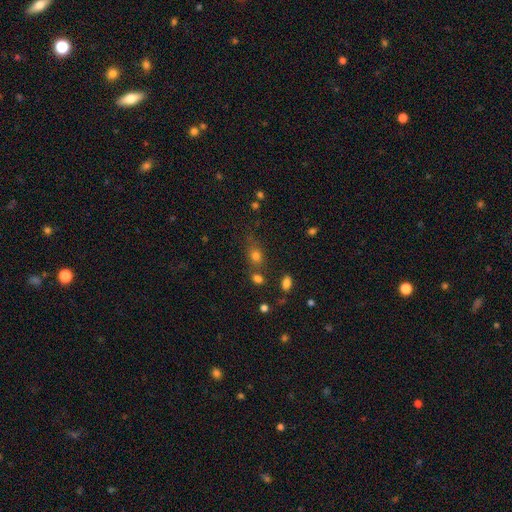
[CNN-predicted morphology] The model was most divided on "how rounded": in between: 52%, round: 46%, cigar-shaped: 3%. More confident: smooth or featured — smooth (76%); merging — none (58%).